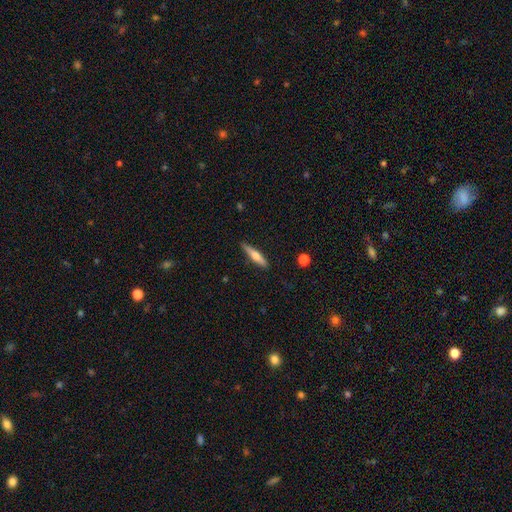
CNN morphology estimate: This appears to be a smooth galaxy with no disk features (55%) that is cigar-shaped (82%). Merging: none (85%).